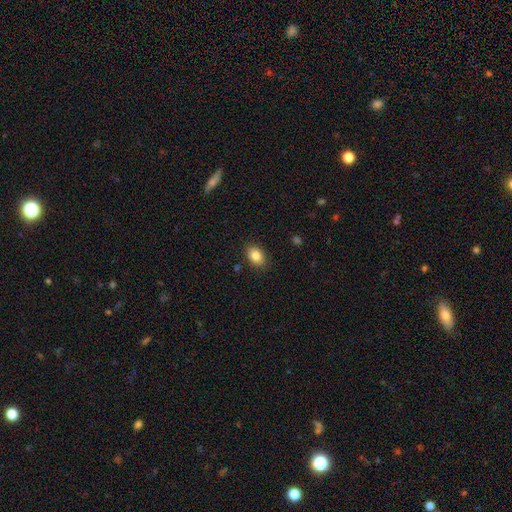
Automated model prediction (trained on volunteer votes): A smooth galaxy with no disk features (85%) that is in between round and cigar-shaped (80%).

Vote fractions:
- Smooth or featured? smooth: 85% / star or artifact: 9% / featured or disk: 6%
- How rounded? in between: 80% / round: 19% / cigar-shaped: 1%
- Merging? none: 87% / minor disturbance: 9% / major disturbance: 2% / merger: 1%